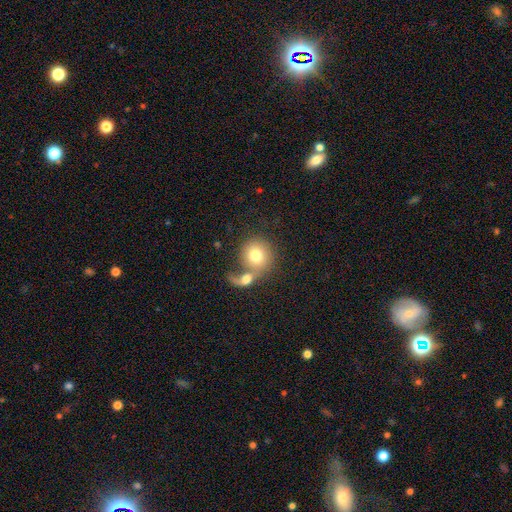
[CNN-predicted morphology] Smooth or featured? Predicted: smooth (p=0.73). How rounded? Predicted: round (p=0.87). Merging? Predicted: merger (p=0.54).